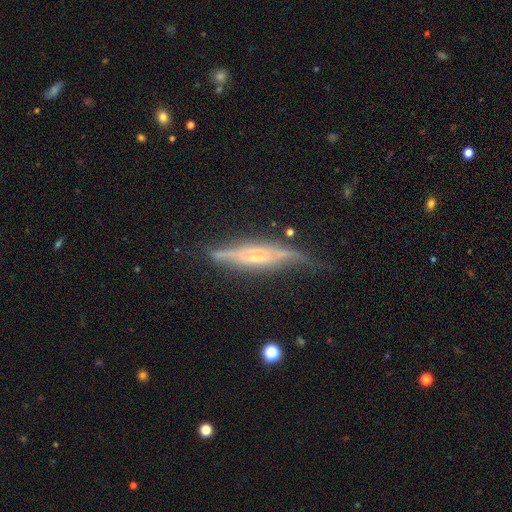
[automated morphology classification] This appears to be a featured or disk galaxy (75%) viewed edge-on (86%) with a rounded central bulge (56%). Merging: none (62%).